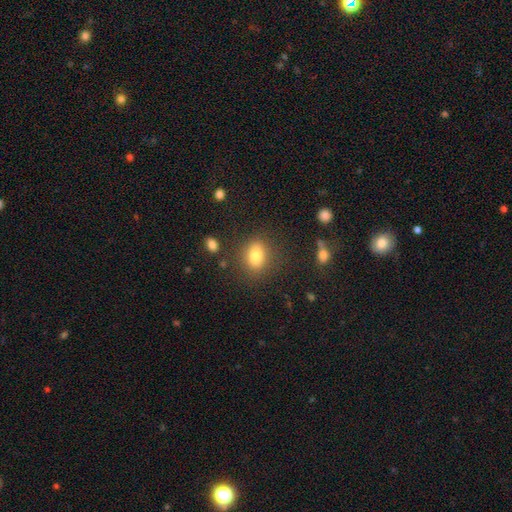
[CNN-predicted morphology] smooth_or_featured: smooth (p=0.81) [alt: star or artifact p=0.10]
how_rounded: in between (p=0.65) [alt: round p=0.32]
merging: none (p=0.82) [alt: minor disturbance p=0.11]